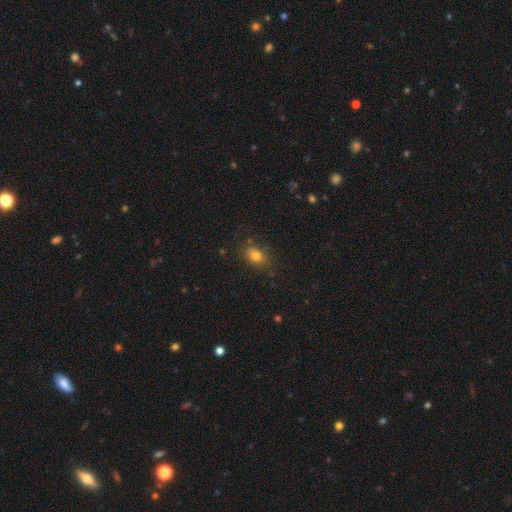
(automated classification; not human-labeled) smooth-or-featured: smooth: 77% | star or artifact: 13% | featured or disk: 10%
  how-rounded: in between: 68% | round: 30% | cigar-shaped: 2%
  merging: none: 74% | minor disturbance: 17% | major disturbance: 5% | merger: 4%